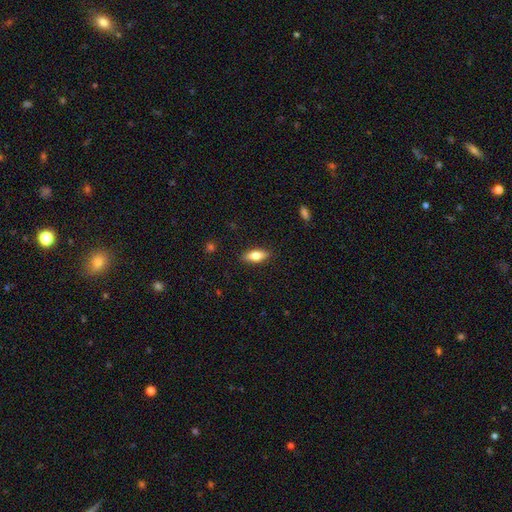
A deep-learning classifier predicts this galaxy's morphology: Q: Smooth or featured?
A: smooth (72%); runner-up: featured or disk (21%)
Q: How rounded?
A: in between (73%); runner-up: cigar-shaped (24%)
Q: Merging?
A: none (88%); runner-up: minor disturbance (9%)